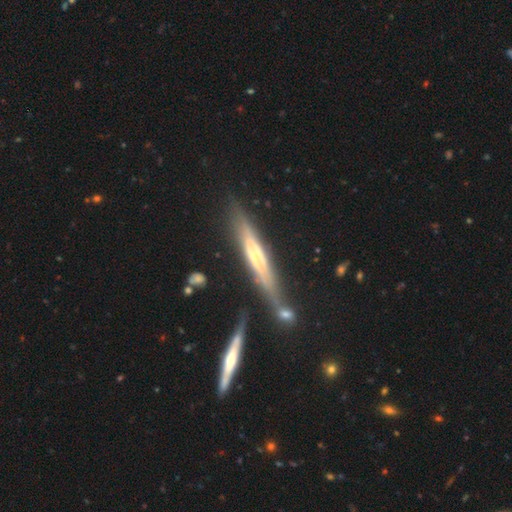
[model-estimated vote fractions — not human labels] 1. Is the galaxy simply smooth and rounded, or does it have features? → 70% featured or disk, 22% smooth, 9% star or artifact.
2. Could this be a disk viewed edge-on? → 89% yes, 11% no.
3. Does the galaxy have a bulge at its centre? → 46% rounded, 36% none, 18% boxy.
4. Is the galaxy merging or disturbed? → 71% none, 16% minor disturbance, 8% merger, 5% major disturbance.